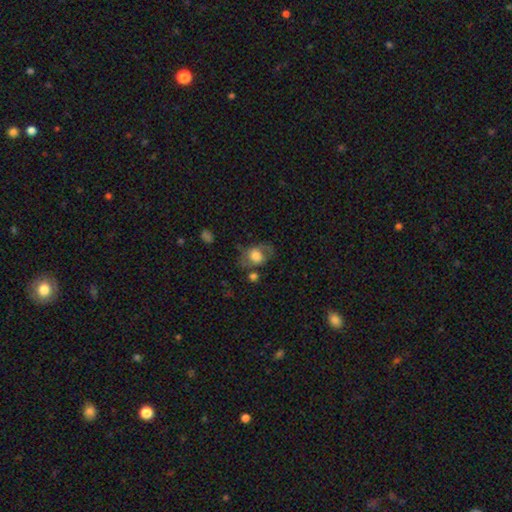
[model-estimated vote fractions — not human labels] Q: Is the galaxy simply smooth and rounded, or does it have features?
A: smooth — 60%.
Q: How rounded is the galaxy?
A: in between — 59%.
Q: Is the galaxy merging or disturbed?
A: none — 52%.